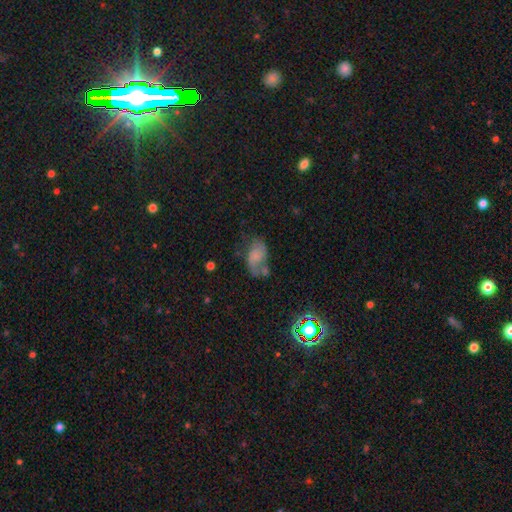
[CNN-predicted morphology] Smooth or featured: smooth — 48% (featured or disk — 39%)
Merging: none — 35% (minor disturbance — 27%)